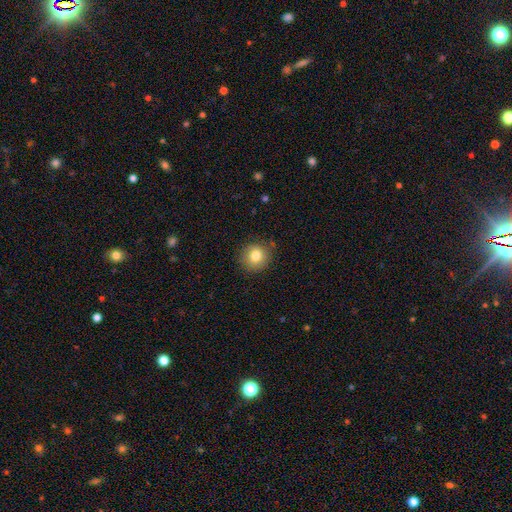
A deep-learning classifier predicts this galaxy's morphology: Smooth or featured?
  - smooth: 81% *
  - star or artifact: 10%
  - featured or disk: 8%
How rounded?
  - round: 88% *
  - in between: 11%
  - cigar-shaped: 1%
Merging?
  - none: 84% *
  - minor disturbance: 11%
  - major disturbance: 3%
  - merger: 1%